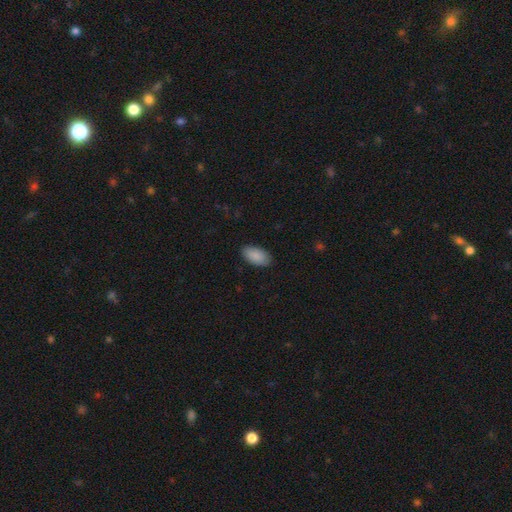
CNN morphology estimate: smooth_or_featured: smooth (p=0.90) [alt: star or artifact p=0.06]
how_rounded: in between (p=0.95) [alt: round p=0.03]
merging: none (p=0.88) [alt: minor disturbance p=0.09]